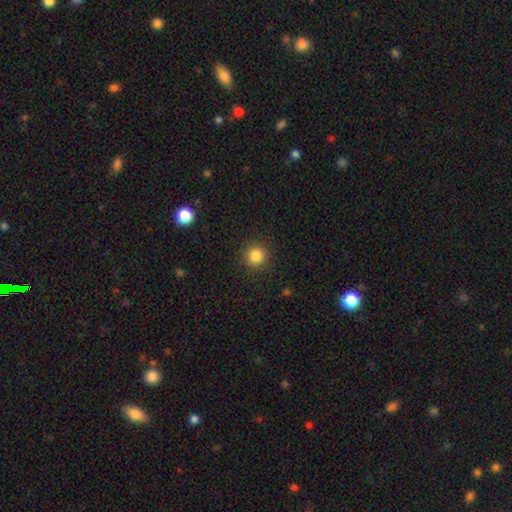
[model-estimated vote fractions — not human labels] Smooth or featured?
  - smooth: 84% *
  - star or artifact: 12%
  - featured or disk: 4%
How rounded?
  - round: 93% *
  - in between: 6%
  - cigar-shaped: 1%
Merging?
  - none: 91% *
  - minor disturbance: 6%
  - major disturbance: 2%
  - merger: 1%